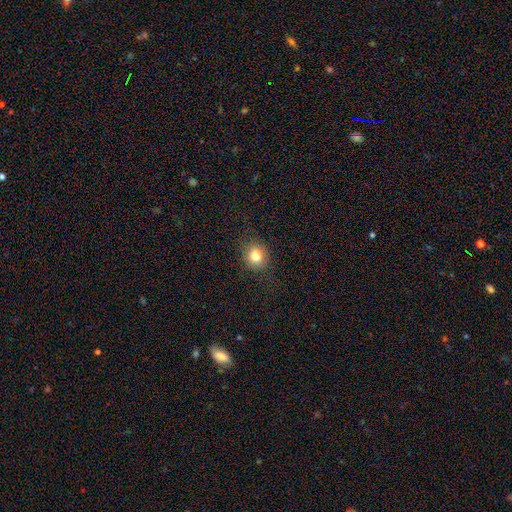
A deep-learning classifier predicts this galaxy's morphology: type=smooth (80%); roundness=round (82%); merging=none (86%).